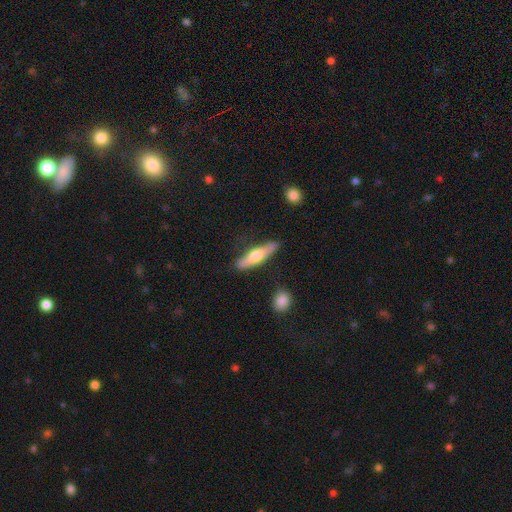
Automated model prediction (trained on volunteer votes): This is possibly a smooth galaxy (51%). How rounded: likely cigar-shaped (77%). Merging: clearly none (83%).